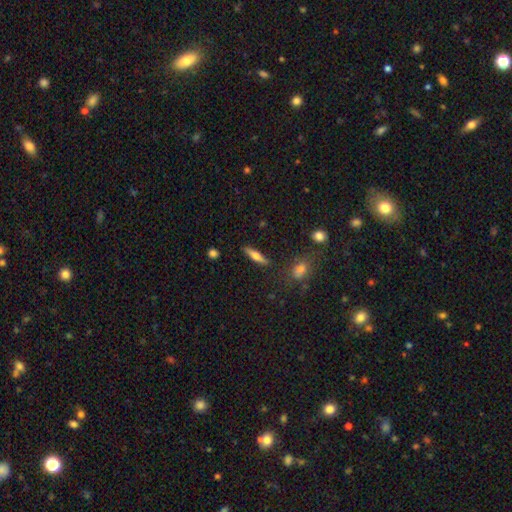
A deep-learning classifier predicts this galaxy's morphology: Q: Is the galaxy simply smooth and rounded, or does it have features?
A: smooth — 55%.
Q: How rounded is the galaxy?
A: cigar-shaped — 76%.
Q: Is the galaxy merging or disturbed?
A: none — 85%.